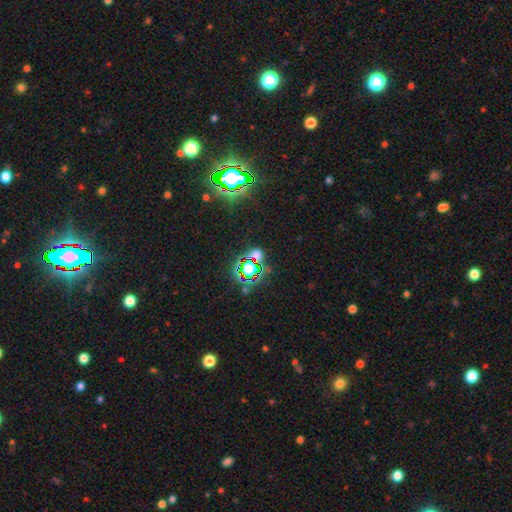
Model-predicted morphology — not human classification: Smooth or featured?
  - star or artifact: 65% *
  - smooth: 26%
  - featured or disk: 9%